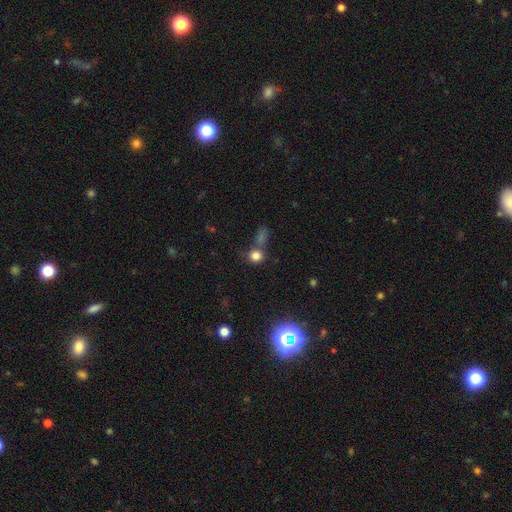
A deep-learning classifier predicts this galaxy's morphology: A smooth galaxy with no disk features (79%) that is round (83%).

Vote fractions:
- Smooth or featured? smooth: 79% / star or artifact: 15% / featured or disk: 7%
- How rounded? round: 83% / in between: 15% / cigar-shaped: 2%
- Merging? none: 58% / merger: 25% / minor disturbance: 11% / major disturbance: 5%